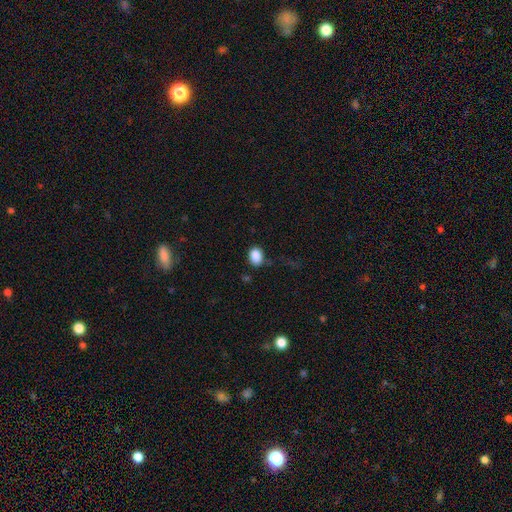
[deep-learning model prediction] Smooth or featured? smooth (87%)
How rounded? in between (73%)
Merging? none (73%)